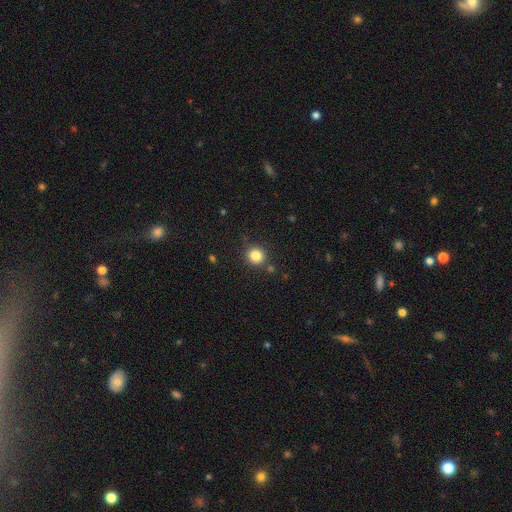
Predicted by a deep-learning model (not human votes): Q: Smooth or featured?
A: smooth (84%); runner-up: star or artifact (11%)
Q: How rounded?
A: round (89%); runner-up: in between (10%)
Q: Merging?
A: none (84%); runner-up: minor disturbance (9%)